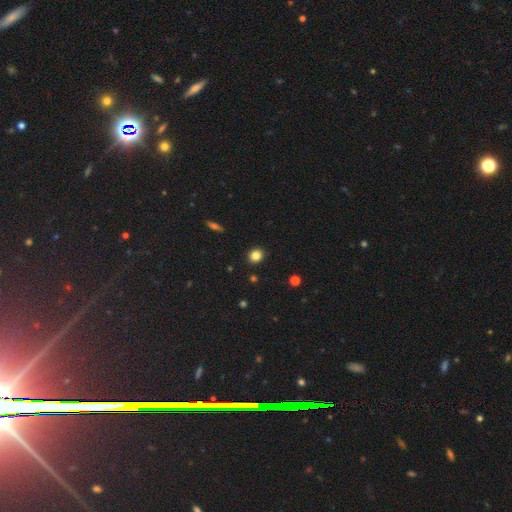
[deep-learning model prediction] Morphology: type=smooth (84%); roundness=round (83%); merging=none (91%).